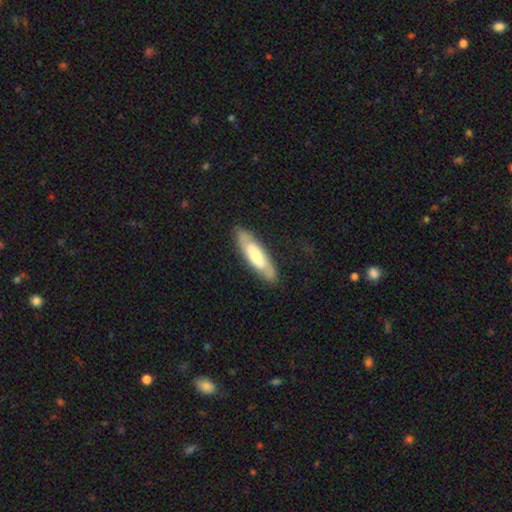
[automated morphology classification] This is possibly a smooth galaxy (50%). Merging: clearly none (82%).